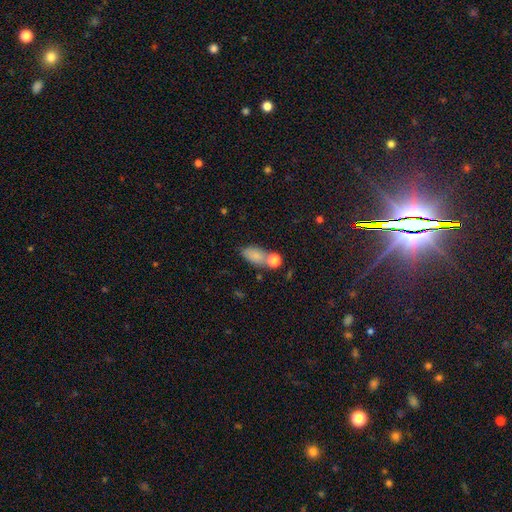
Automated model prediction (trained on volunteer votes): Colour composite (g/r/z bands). It shows a smooth galaxy with no disk features (79%) that is in between round and cigar-shaped (86%). Merging: none (54%).